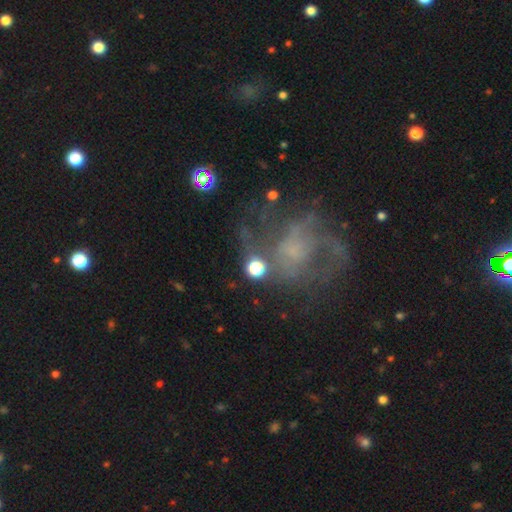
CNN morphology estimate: Smooth or featured?
  - featured or disk: 67% *
  - star or artifact: 17%
  - smooth: 16%
Edge-on disk?
  - no: 97% *
  - yes: 3%
Bar?
  - no: 66% *
  - weak: 28%
  - strong: 6%
Spiral arms?
  - yes: 77% *
  - no: 23%
Bulge size?
  - none: 42% *
  - small: 32%
  - moderate: 19%
  - large: 5%
  - dominant: 2%
Merging?
  - none: 56% *
  - major disturbance: 22%
  - minor disturbance: 17%
  - merger: 5%